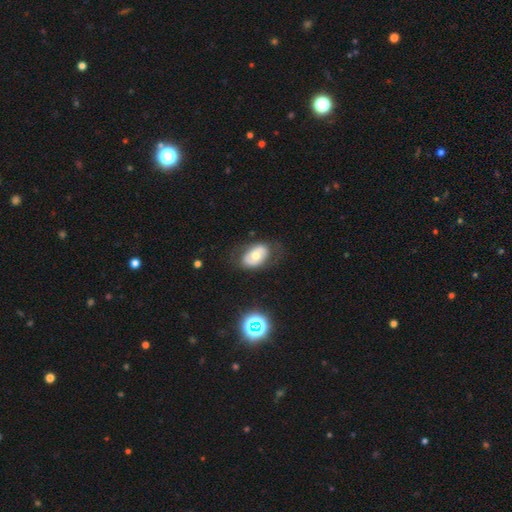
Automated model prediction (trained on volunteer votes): Smooth or featured? Predicted: smooth (p=0.49). Merging? Predicted: none (p=0.72).